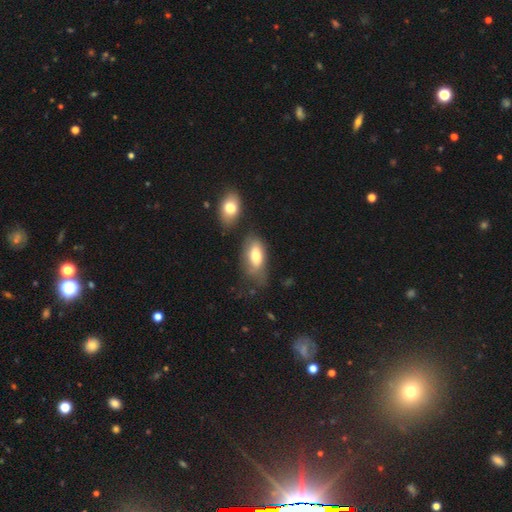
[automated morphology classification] Smooth or featured: smooth — 73% (featured or disk — 20%)
How rounded: in between — 90% (cigar-shaped — 7%)
Merging: none — 49% (minor disturbance — 28%)